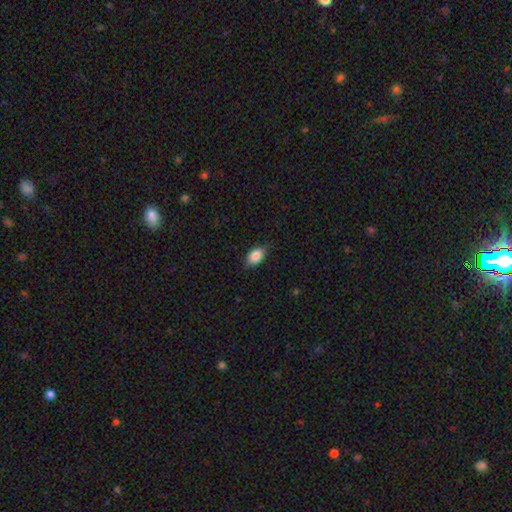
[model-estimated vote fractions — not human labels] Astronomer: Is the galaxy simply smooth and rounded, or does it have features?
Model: smooth — 85%.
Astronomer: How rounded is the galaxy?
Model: in between — 88%.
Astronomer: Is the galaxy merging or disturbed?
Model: none — 81%.